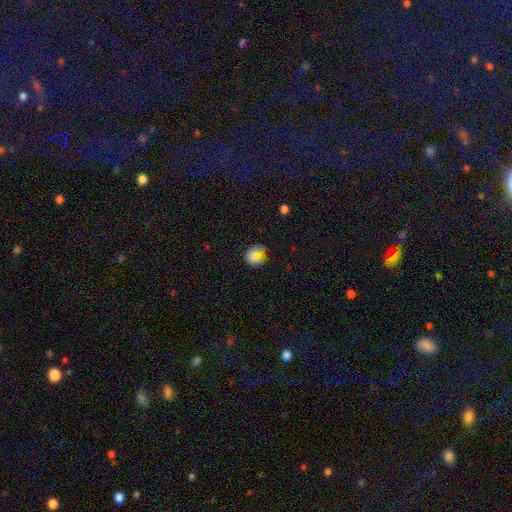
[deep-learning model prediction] Smooth or featured? smooth (72%)
How rounded? round (83%)
Merging? none (69%)